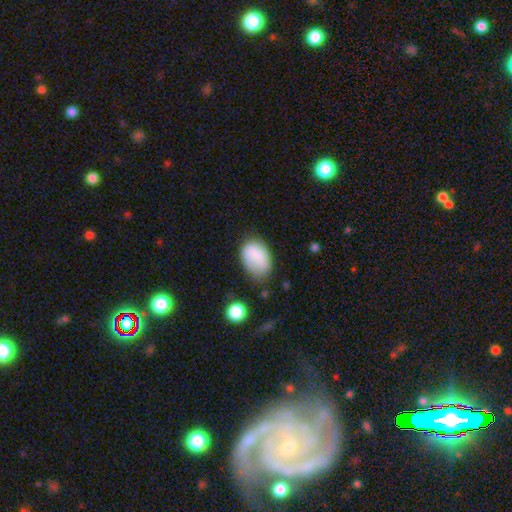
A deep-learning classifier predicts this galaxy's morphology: A smooth galaxy with no disk features (81%) that is in between round and cigar-shaped (84%).

Vote fractions:
- Smooth or featured? smooth: 81% / featured or disk: 12% / star or artifact: 8%
- How rounded? in between: 84% / round: 14% / cigar-shaped: 1%
- Merging? none: 51% / minor disturbance: 33% / major disturbance: 11% / merger: 5%